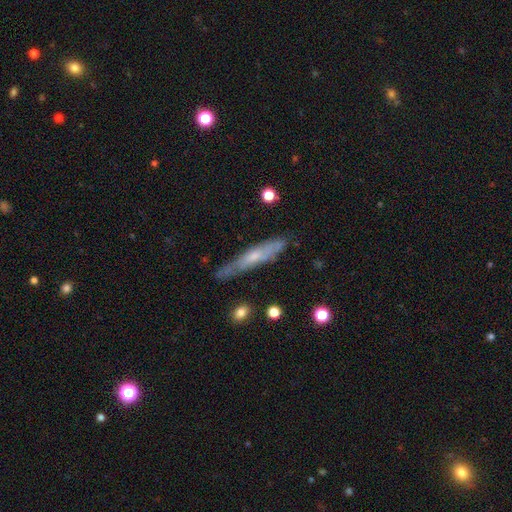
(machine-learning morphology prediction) Smooth or featured? Predicted: featured or disk (p=0.55). Edge-on disk? Predicted: yes (p=0.67). Merging? Predicted: none (p=0.69).